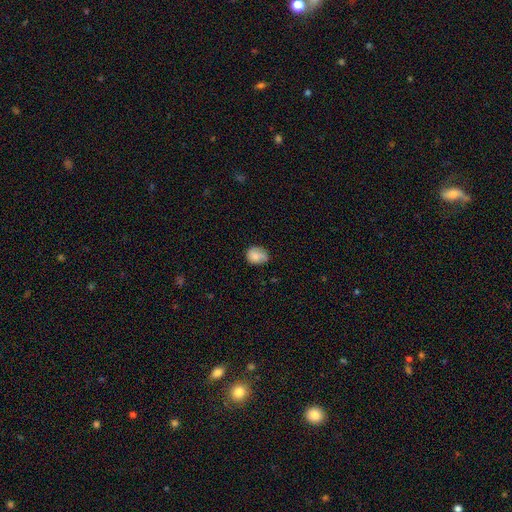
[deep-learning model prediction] The model was most divided on "how rounded": round: 52%, in between: 47%, cigar-shaped: 1%. More confident: smooth or featured — smooth (79%); merging — none (60%).